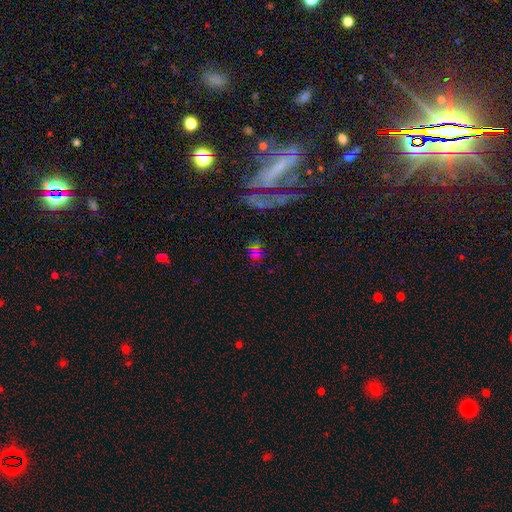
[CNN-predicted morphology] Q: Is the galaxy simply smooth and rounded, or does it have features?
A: smooth — 40%.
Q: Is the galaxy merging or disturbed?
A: none — 60%.